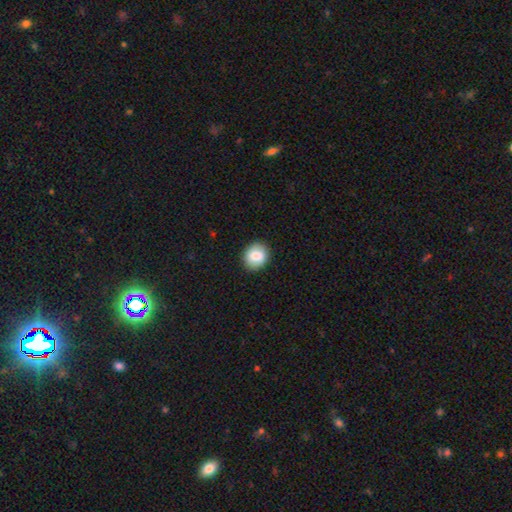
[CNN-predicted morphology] Smooth or featured? Predicted: smooth (p=0.83). How rounded? Predicted: round (p=0.66). Merging? Predicted: none (p=0.89).